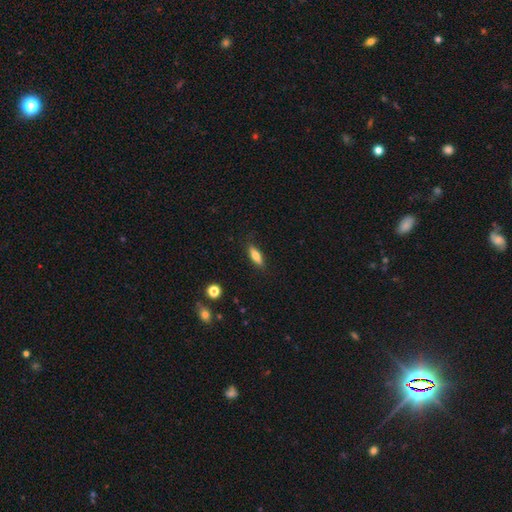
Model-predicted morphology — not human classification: smooth_or_featured: smooth (p=0.72) [alt: featured or disk p=0.21]
how_rounded: in between (p=0.54) [alt: cigar-shaped p=0.43]
merging: none (p=0.85) [alt: minor disturbance p=0.11]